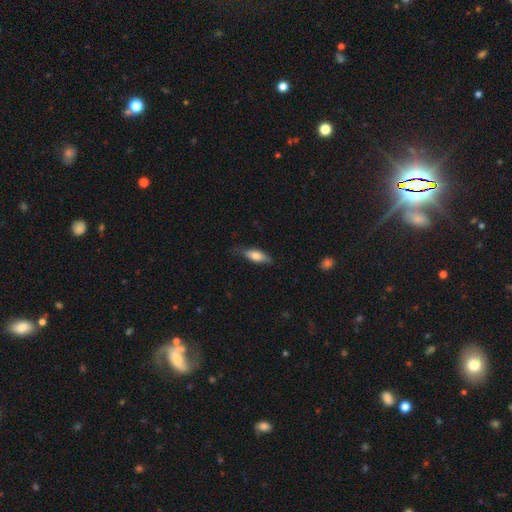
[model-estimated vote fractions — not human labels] This is likely a smooth galaxy (70%). How rounded: likely in between (65%). Merging: likely none (71%).